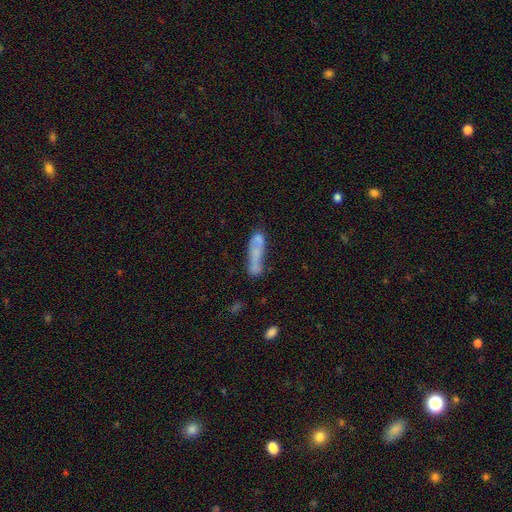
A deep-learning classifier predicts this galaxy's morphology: smooth-or-featured: smooth: 59% | featured or disk: 32% | star or artifact: 10%
  how-rounded: cigar-shaped: 71% | in between: 26% | round: 3%
  merging: none: 42% | merger: 23% | minor disturbance: 21% | major disturbance: 14%